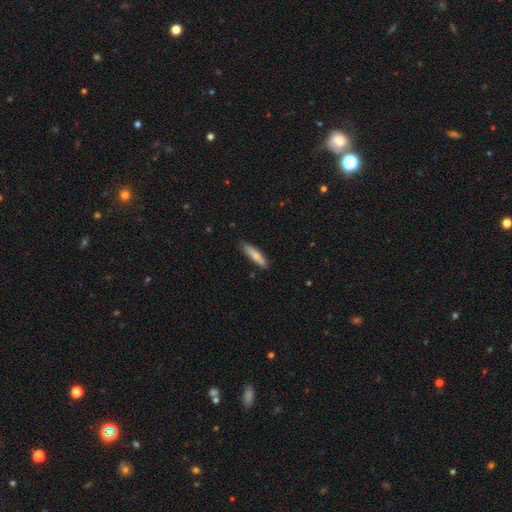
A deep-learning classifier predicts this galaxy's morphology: Smooth or featured?
  - smooth: 74% *
  - featured or disk: 20%
  - star or artifact: 6%
How rounded?
  - cigar-shaped: 82% *
  - in between: 17%
  - round: 1%
Merging?
  - none: 86% *
  - minor disturbance: 11%
  - major disturbance: 2%
  - merger: 1%